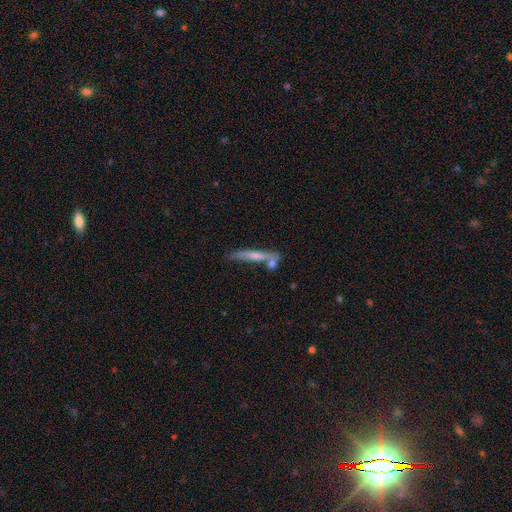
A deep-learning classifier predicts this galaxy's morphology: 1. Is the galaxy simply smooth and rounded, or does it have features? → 46% smooth (tied), 46% featured or disk (tied), 7% star or artifact.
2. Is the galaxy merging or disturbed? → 63% none, 18% merger, 14% minor disturbance, 5% major disturbance.